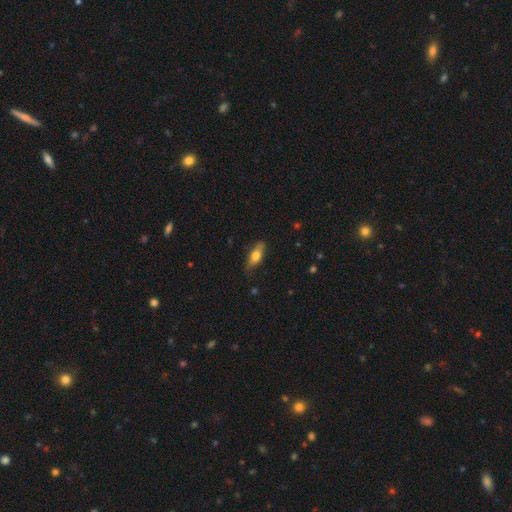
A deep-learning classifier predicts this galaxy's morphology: This appears to be a smooth galaxy with no disk features (67%) that is in between round and cigar-shaped (66%). Merging: none (79%).